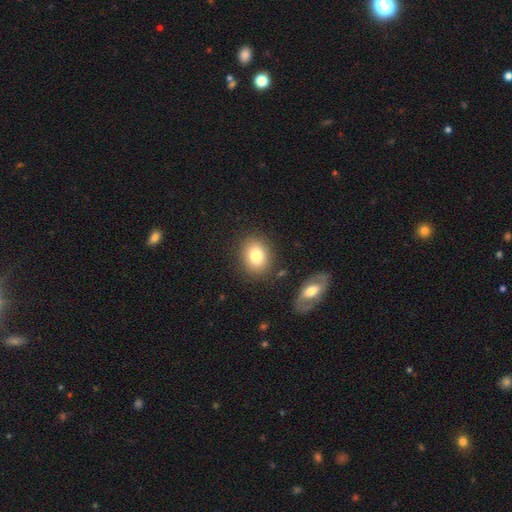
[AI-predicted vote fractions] A smooth galaxy with no disk features (80%) that is in between round and cigar-shaped (51%). Merging: none (83%).